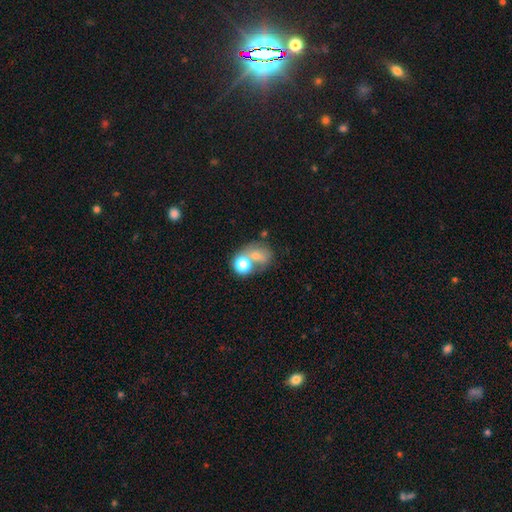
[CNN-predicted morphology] Smooth or featured? smooth (65%)
How rounded? round (59%)
Merging? merger (55%)